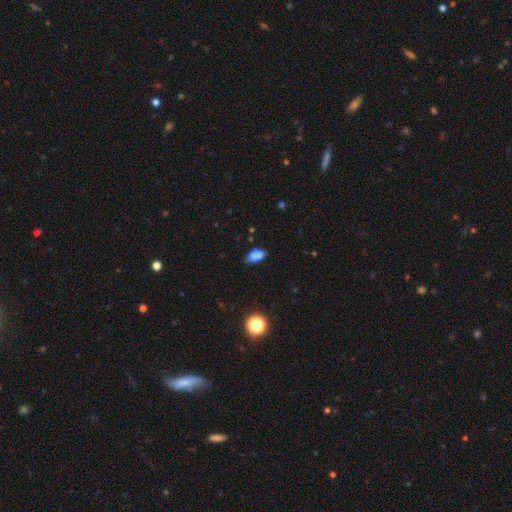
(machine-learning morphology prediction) type=smooth (84%); roundness=in between (89%); merging=none (65%).